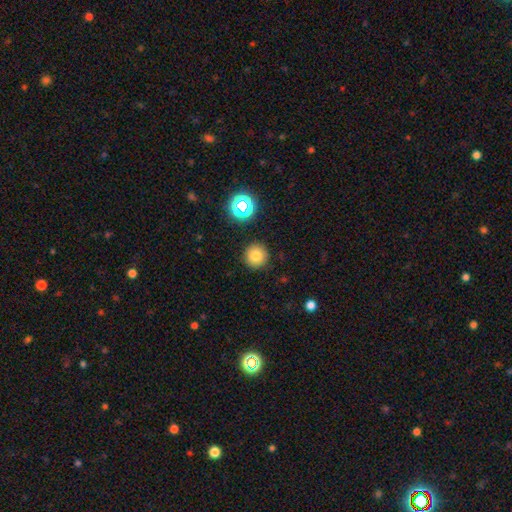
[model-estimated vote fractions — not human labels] smooth_or_featured: smooth (p=0.78) [alt: star or artifact p=0.15]
how_rounded: round (p=0.95) [alt: in between p=0.04]
merging: none (p=0.89) [alt: minor disturbance p=0.07]